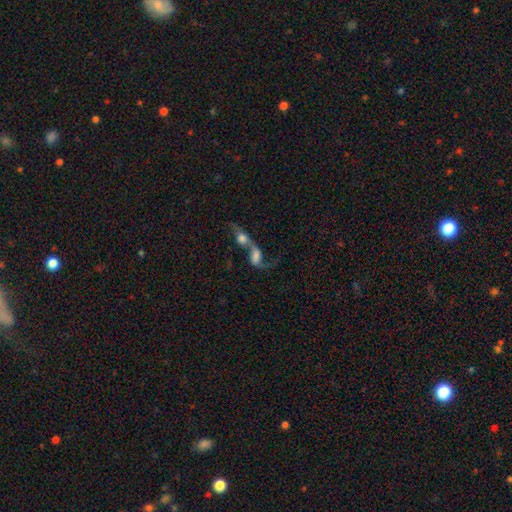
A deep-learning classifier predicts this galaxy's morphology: smooth-or-featured: featured or disk: 52% | smooth: 37% | star or artifact: 11%
  disk-edge-on: no: 90% | yes: 10%
  merging: merger: 80% | none: 9% | major disturbance: 7% | minor disturbance: 4%